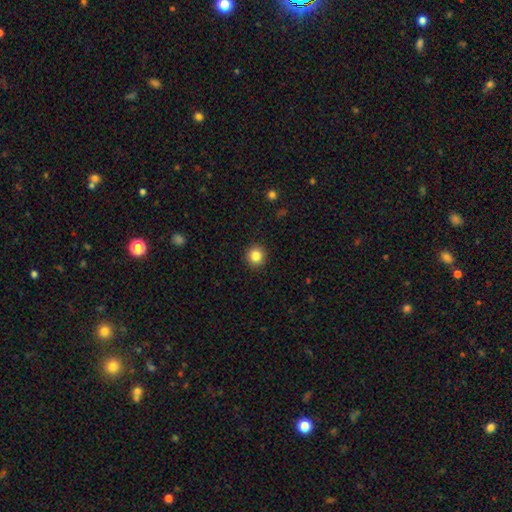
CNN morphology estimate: Smooth or featured?
  - smooth: 84% *
  - star or artifact: 10%
  - featured or disk: 5%
How rounded?
  - round: 93% *
  - in between: 7%
  - cigar-shaped: 1%
Merging?
  - none: 92% *
  - minor disturbance: 5%
  - major disturbance: 2%
  - merger: 1%